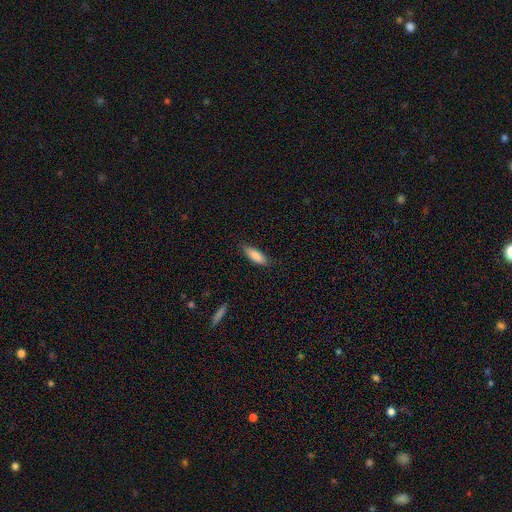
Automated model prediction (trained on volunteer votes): Overall: smooth (85%). How rounded: in between (55%; cigar-shaped 43%). Merging: none (81%).